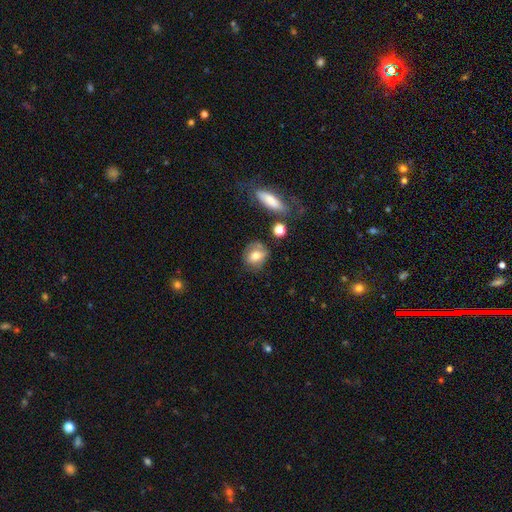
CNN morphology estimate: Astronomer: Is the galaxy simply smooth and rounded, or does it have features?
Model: smooth — 71%.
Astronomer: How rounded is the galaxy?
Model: in between — 51% (runner-up: round, 46%).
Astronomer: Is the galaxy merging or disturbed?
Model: none — 60%.